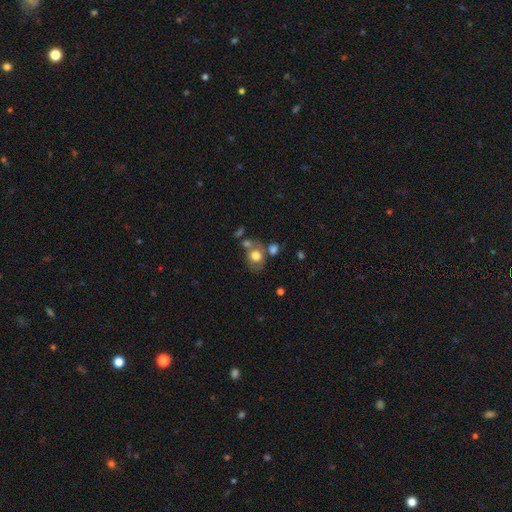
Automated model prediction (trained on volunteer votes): smooth 71%, featured or disk 18%, star or artifact 10%. Down the decision tree: how rounded — round (62%); merging — none (50%).